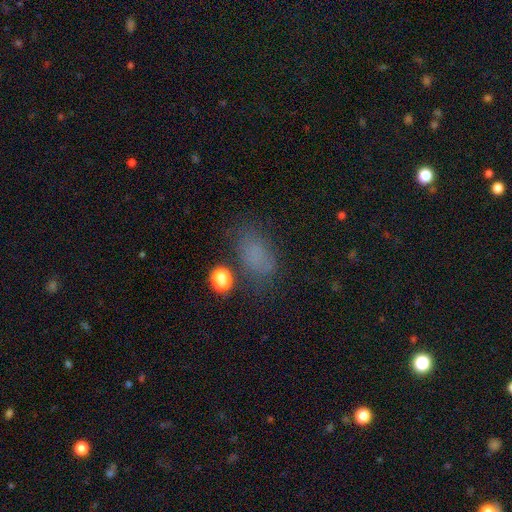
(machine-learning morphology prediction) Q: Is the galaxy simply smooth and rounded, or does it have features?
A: smooth — 70%.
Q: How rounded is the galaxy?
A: in between — 81%.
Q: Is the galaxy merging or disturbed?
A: none — 61%.